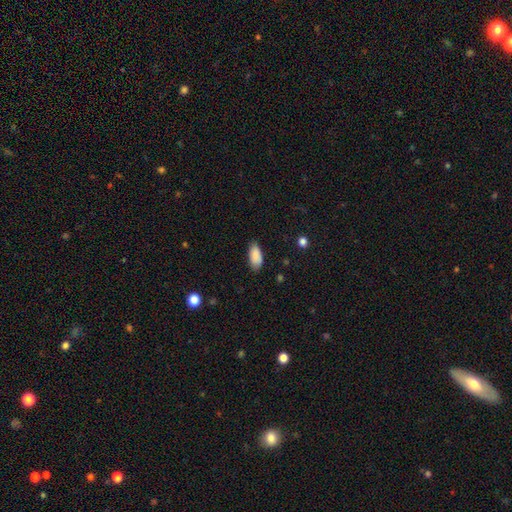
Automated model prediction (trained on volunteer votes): Q: Smooth or featured?
A: smooth (89%); runner-up: star or artifact (7%)
Q: How rounded?
A: in between (92%); runner-up: cigar-shaped (6%)
Q: Merging?
A: none (81%); runner-up: minor disturbance (15%)